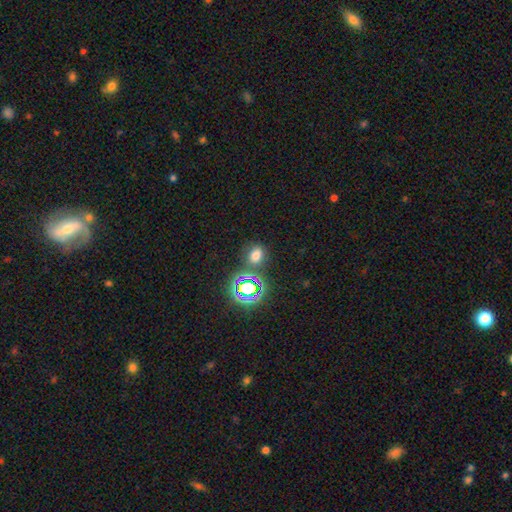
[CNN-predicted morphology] A smooth galaxy with no disk features (65%) that is in between round and cigar-shaped (53%).

Vote fractions:
- Smooth or featured? smooth: 65% / star or artifact: 28% / featured or disk: 8%
- How rounded? in between: 53% / round: 46% / cigar-shaped: 1%
- Merging? none: 73% / minor disturbance: 12% / merger: 11% / major disturbance: 4%